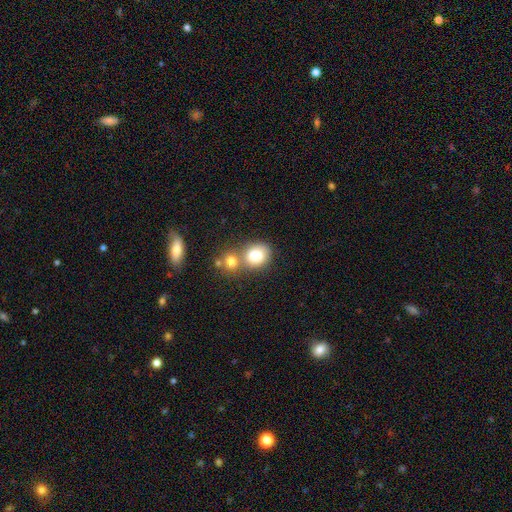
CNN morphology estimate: Overall: smooth (81%). How rounded: round (63%; in between 36%). Merging: none (43%; merger 40%).